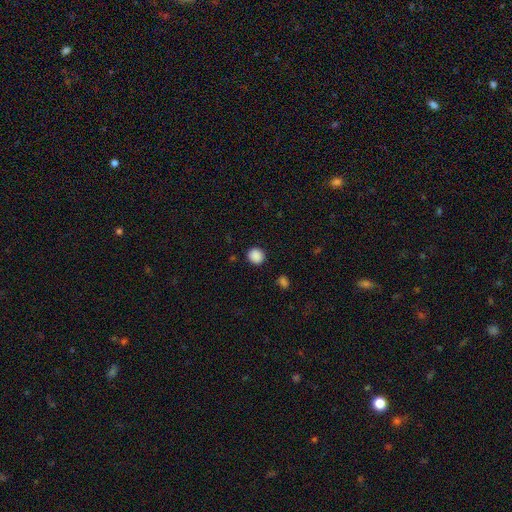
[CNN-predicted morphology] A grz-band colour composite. It shows a smooth galaxy with no disk features (89%) that is round (86%). Merging: none (90%).